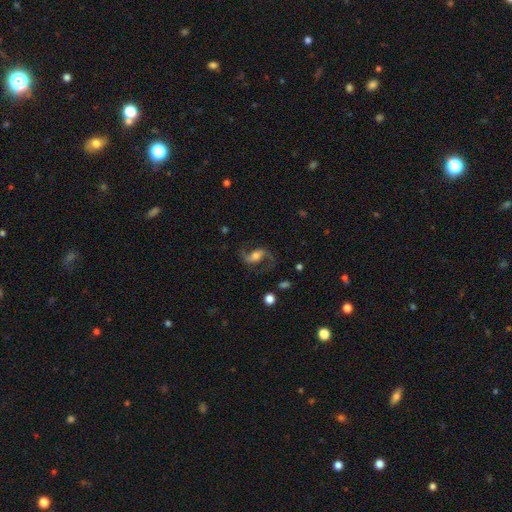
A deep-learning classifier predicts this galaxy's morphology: This is clearly a featured or disk galaxy (84%). It is clearly not viewed edge-on (96%). Bar: marginally weak (40%). Spiral arm pattern: clearly yes (96%). Spiral arm count: clearly 2 (93%). Spiral winding: possibly loose (57%). Central bulge: possibly moderate (56%). Merging: likely none (74%).